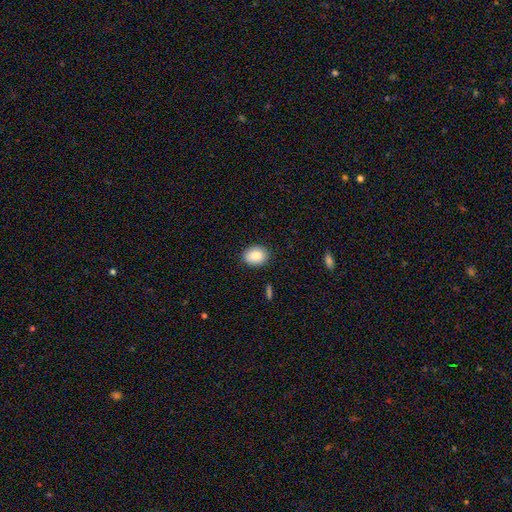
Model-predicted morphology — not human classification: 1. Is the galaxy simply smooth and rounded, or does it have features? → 86% smooth, 8% star or artifact, 6% featured or disk.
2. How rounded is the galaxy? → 56% in between, 43% round, 1% cigar-shaped.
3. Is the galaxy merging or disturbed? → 87% none, 9% minor disturbance, 2% major disturbance, 1% merger.